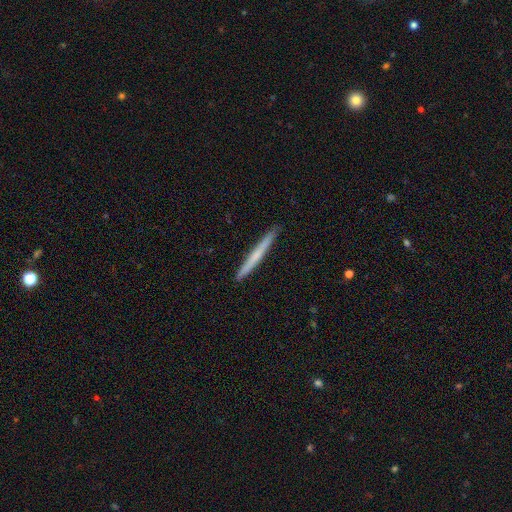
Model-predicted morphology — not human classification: Overall: smooth (51%; featured or disk 43%). How rounded: cigar-shaped (97%). Merging: none (92%).